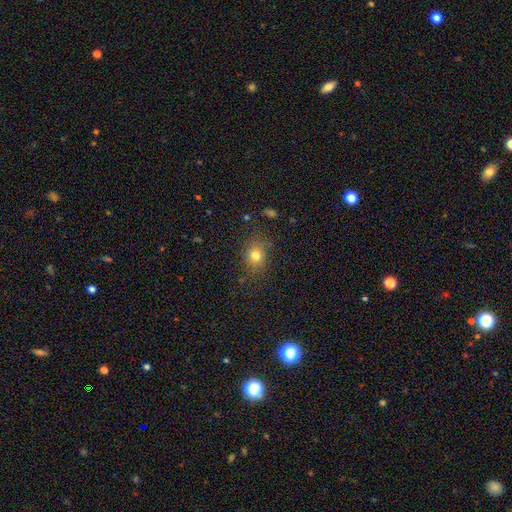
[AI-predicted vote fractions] A smooth galaxy with no disk features (78%) that is round (65%).

Vote fractions:
- Smooth or featured? smooth: 78% / star or artifact: 14% / featured or disk: 8%
- How rounded? round: 65% / in between: 34% / cigar-shaped: 1%
- Merging? none: 82% / minor disturbance: 12% / major disturbance: 4% / merger: 2%